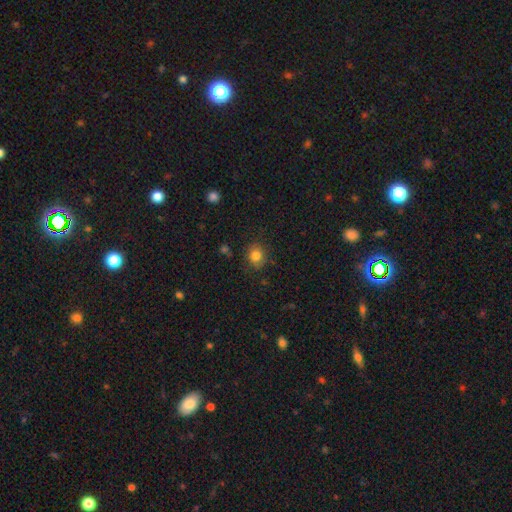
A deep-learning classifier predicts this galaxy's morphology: A smooth galaxy with no disk features (82%) that is round (77%).

Vote fractions:
- Smooth or featured? smooth: 82% / star or artifact: 12% / featured or disk: 7%
- How rounded? round: 77% / in between: 22% / cigar-shaped: 1%
- Merging? none: 84% / minor disturbance: 11% / major disturbance: 3% / merger: 2%